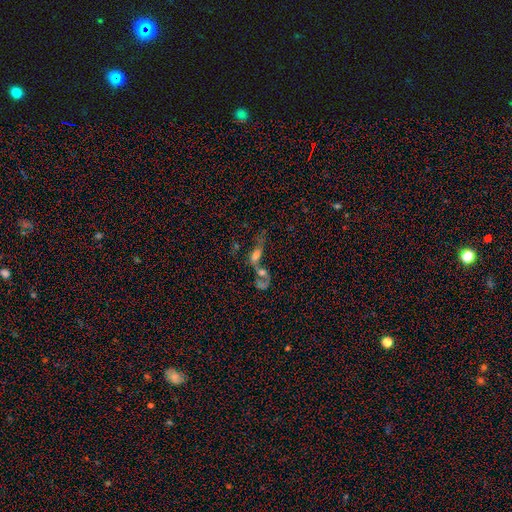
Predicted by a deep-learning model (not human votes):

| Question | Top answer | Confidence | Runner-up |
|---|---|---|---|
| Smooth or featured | smooth | 43% | featured or disk (42%) |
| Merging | merger | 71% | major disturbance (12%) |